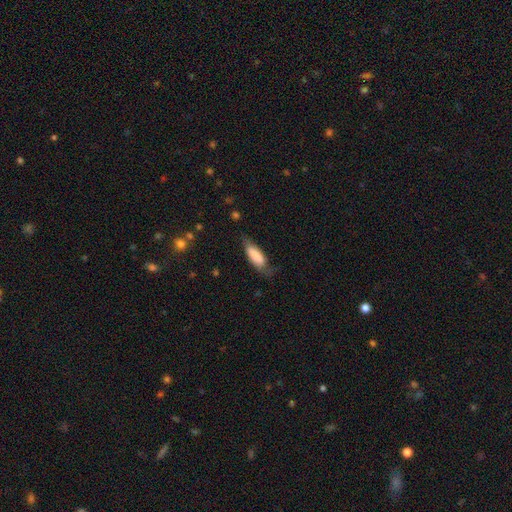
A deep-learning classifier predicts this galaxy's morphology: Smooth or featured: smooth — 77% (featured or disk — 17%)
How rounded: in between — 68% (cigar-shaped — 29%)
Merging: none — 52% (minor disturbance — 32%)